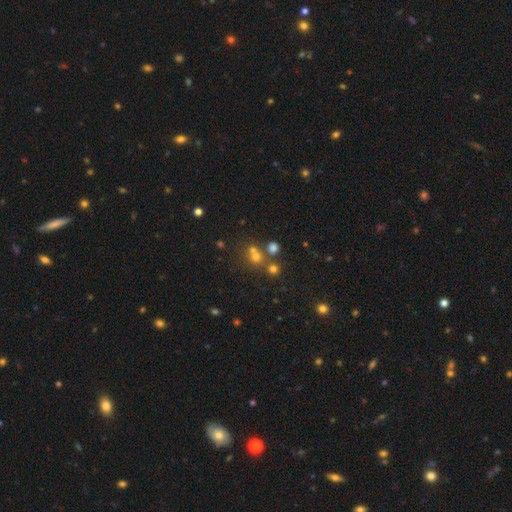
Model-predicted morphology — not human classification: A smooth galaxy with no disk features (51%) that is round (83%).

Vote fractions:
- Smooth or featured? smooth: 51% / star or artifact: 36% / featured or disk: 13%
- How rounded? round: 83% / in between: 16% / cigar-shaped: 1%
- Merging? none: 56% / merger: 32% / minor disturbance: 7% / major disturbance: 4%